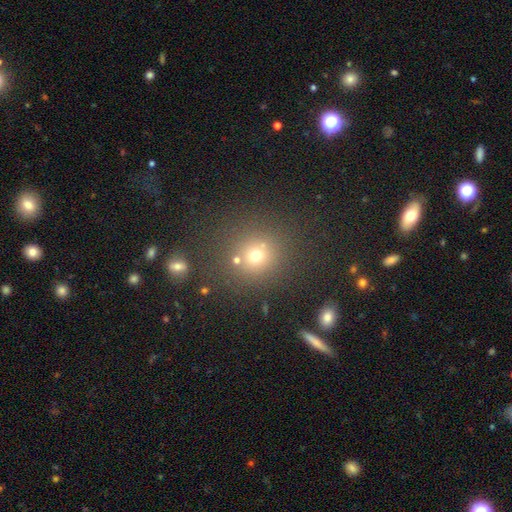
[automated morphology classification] smooth-or-featured: smooth: 68% | star or artifact: 22% | featured or disk: 10%
  how-rounded: round: 87% | in between: 12% | cigar-shaped: 1%
  merging: none: 76% | merger: 10% | minor disturbance: 10% | major disturbance: 4%